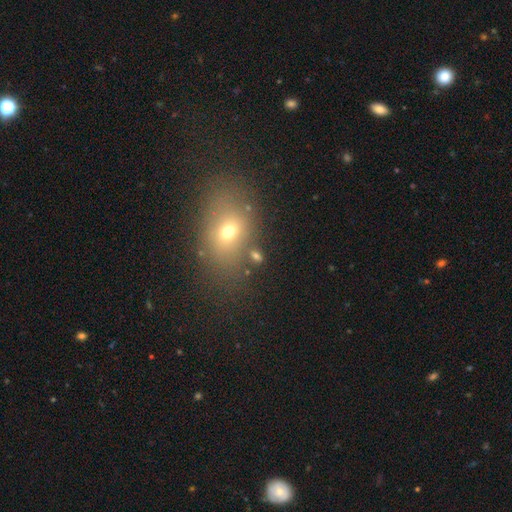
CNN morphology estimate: Smooth or featured: smooth — 66% (star or artifact — 20%)
How rounded: in between — 65% (round — 32%)
Merging: none — 71% (minor disturbance — 12%)